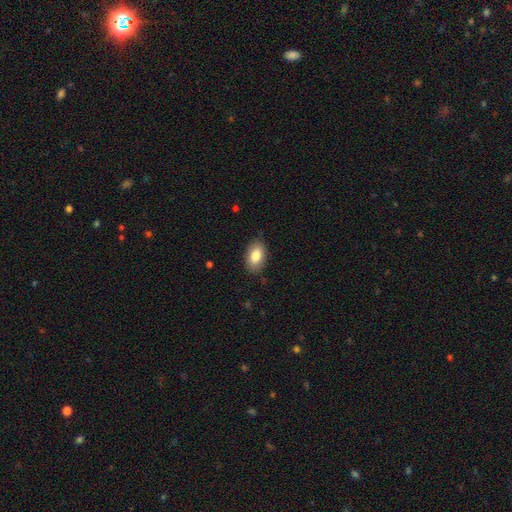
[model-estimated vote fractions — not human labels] Q: Smooth or featured?
A: smooth (84%); runner-up: featured or disk (9%)
Q: How rounded?
A: in between (91%); runner-up: round (7%)
Q: Merging?
A: none (84%); runner-up: minor disturbance (12%)